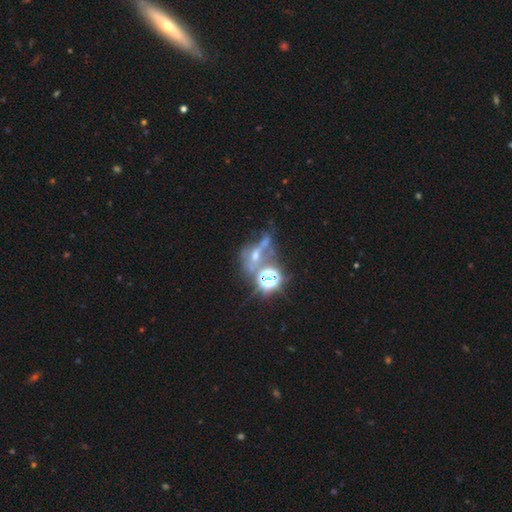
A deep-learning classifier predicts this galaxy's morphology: A star or artifact, not a galaxy (45%).